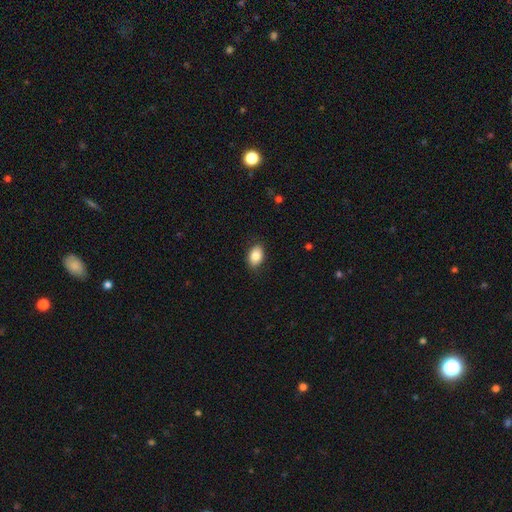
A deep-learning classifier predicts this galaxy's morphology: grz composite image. It shows a smooth galaxy with no disk features (86%) that is in between round and cigar-shaped (86%). Merging: none (85%).